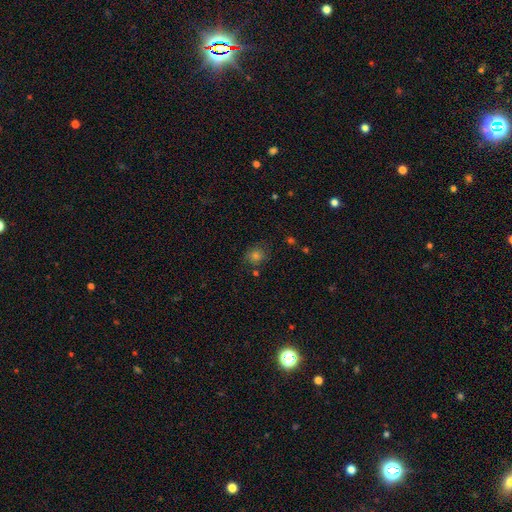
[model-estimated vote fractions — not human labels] Smooth or featured? smooth (65%)
How rounded? round (75%)
Merging? none (77%)